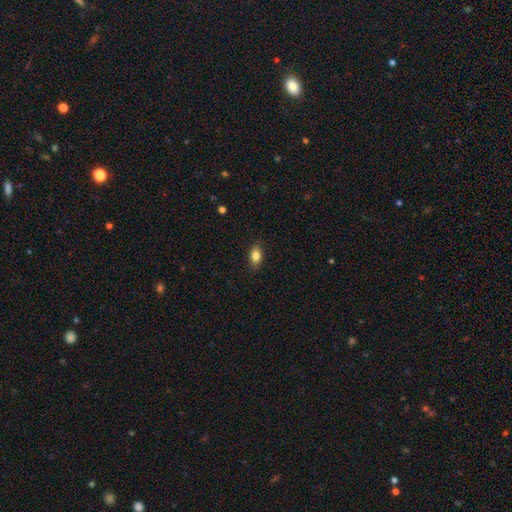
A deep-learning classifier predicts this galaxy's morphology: This appears to be a smooth galaxy with no disk features (84%) that is in between round and cigar-shaped (85%). Merging: none (86%).